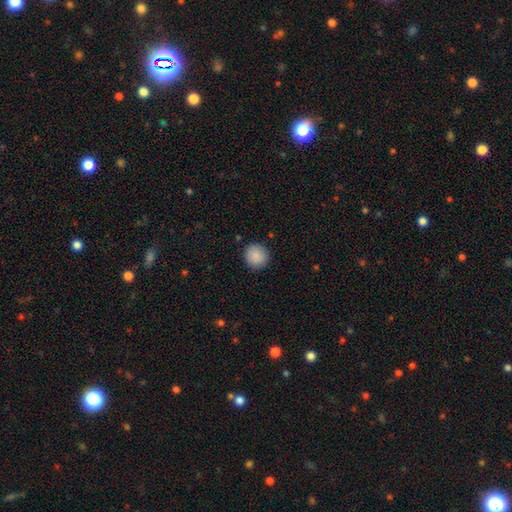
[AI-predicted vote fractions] This is clearly a smooth galaxy (88%). How rounded: clearly round (93%). Merging: clearly none (90%).